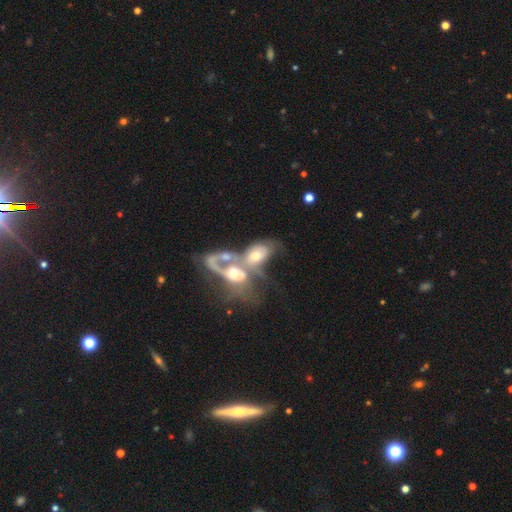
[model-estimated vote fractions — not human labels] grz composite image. It shows a featured or disk galaxy (62%) with no bar (70%), spiral arms (60%) and a moderate central bulge (59%). Merging: merger (78%).